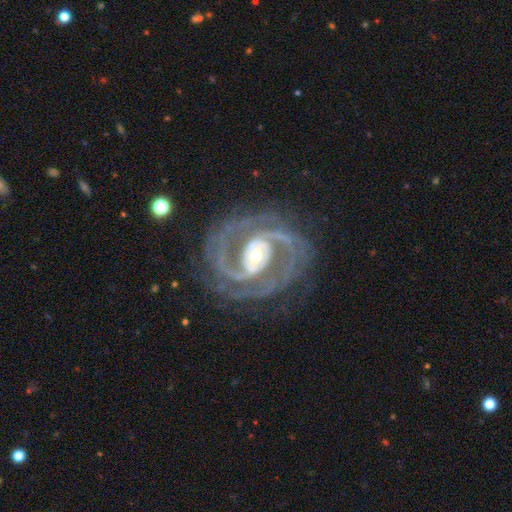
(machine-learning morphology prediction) Smooth or featured? Predicted: featured or disk (p=0.93). Edge-on disk? Predicted: no (p=0.98). Bar? Predicted: weak (p=0.36, tied with no). Spiral arms? Predicted: yes (p=0.98). Spiral winding? Predicted: medium (p=0.46). Spiral arm count? Predicted: 2 (p=0.64). Bulge size? Predicted: moderate (p=0.50). Merging? Predicted: none (p=0.75).